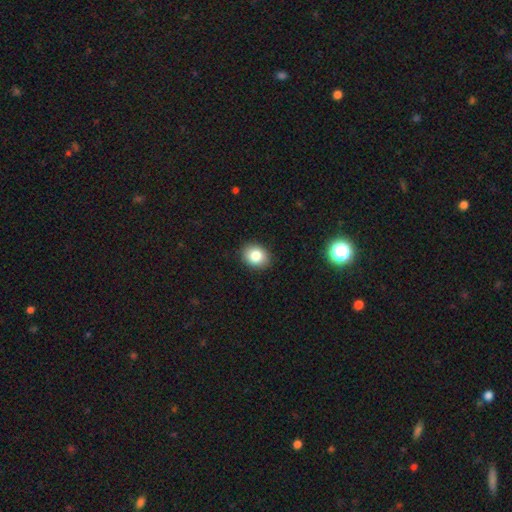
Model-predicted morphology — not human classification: The model was most divided on "how rounded": round: 52%, in between: 47%, cigar-shaped: 1%. More confident: merging — none (90%); smooth or featured — smooth (83%).